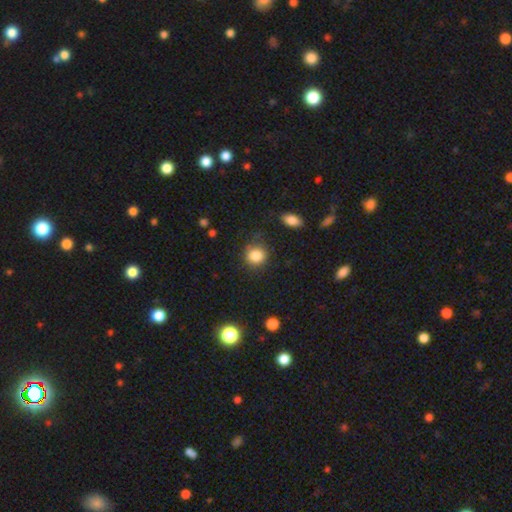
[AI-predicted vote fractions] Q: Smooth or featured?
A: smooth (84%); runner-up: star or artifact (10%)
Q: How rounded?
A: round (83%); runner-up: in between (16%)
Q: Merging?
A: none (77%); runner-up: minor disturbance (16%)